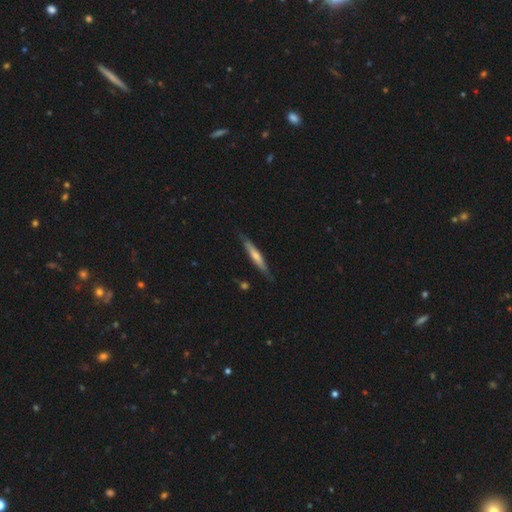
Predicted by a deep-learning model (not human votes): Q: Smooth or featured?
A: smooth (51%); runner-up: featured or disk (44%)
Q: How rounded?
A: cigar-shaped (91%); runner-up: in between (8%)
Q: Merging?
A: none (79%); runner-up: minor disturbance (16%)